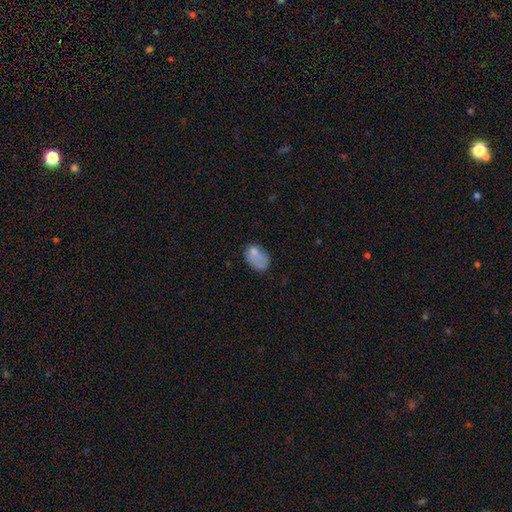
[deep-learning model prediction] Overall: smooth (73%). How rounded: in between (82%). Merging: none (42%; minor disturbance 29%).